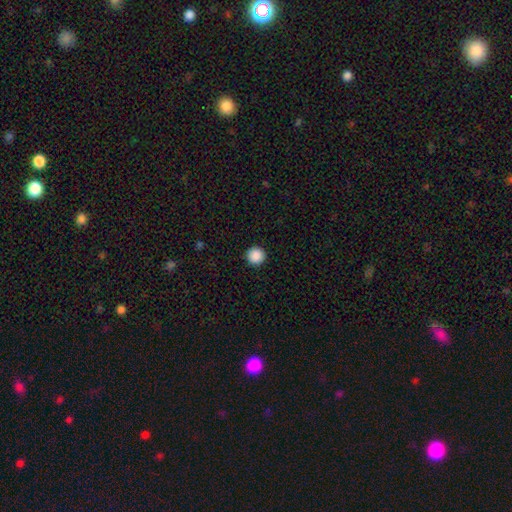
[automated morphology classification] Q: Smooth or featured?
A: smooth (89%); runner-up: star or artifact (9%)
Q: How rounded?
A: round (96%); runner-up: in between (3%)
Q: Merging?
A: none (93%); runner-up: minor disturbance (4%)